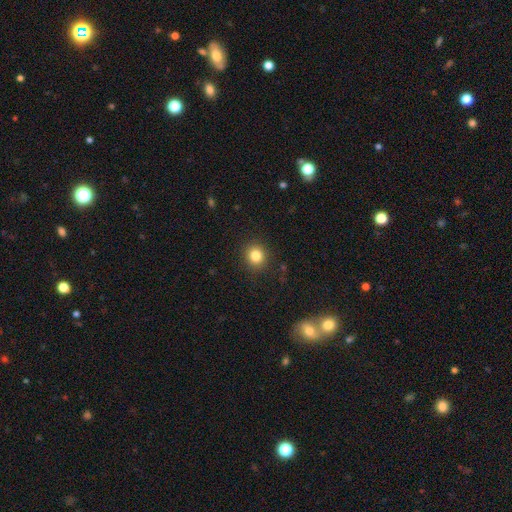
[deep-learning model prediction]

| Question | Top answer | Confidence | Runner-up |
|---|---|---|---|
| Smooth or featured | smooth | 83% | star or artifact (12%) |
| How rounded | round | 88% | in between (11%) |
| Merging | none | 90% | minor disturbance (6%) |